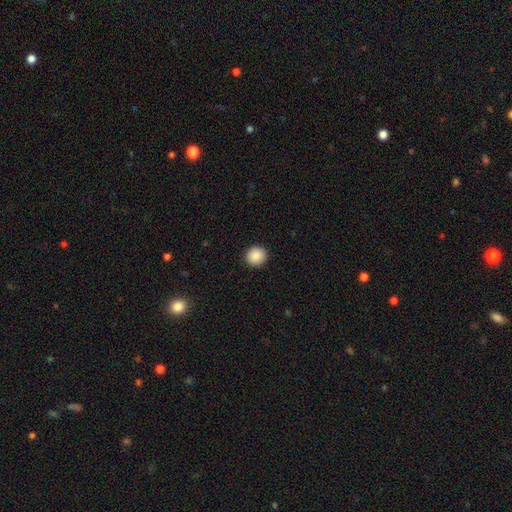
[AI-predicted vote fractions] Smooth or featured: smooth — 88% (star or artifact — 8%)
How rounded: round — 91% (in between — 9%)
Merging: none — 93% (minor disturbance — 5%)